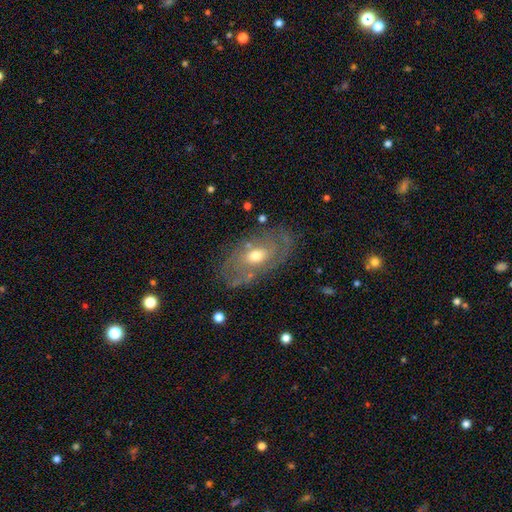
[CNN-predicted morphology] This appears to be a featured or disk galaxy (69%) with no bar (77%), spiral arms (68%) and a moderate central bulge (67%). Merging: none (73%).